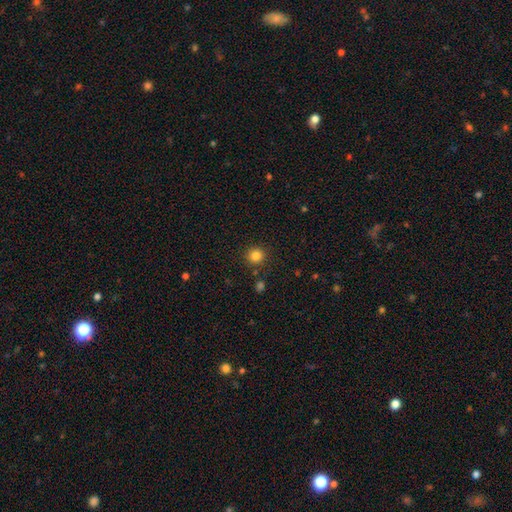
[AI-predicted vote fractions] Smooth or featured: smooth — 83% (star or artifact — 13%)
How rounded: round — 92% (in between — 7%)
Merging: none — 88% (minor disturbance — 6%)